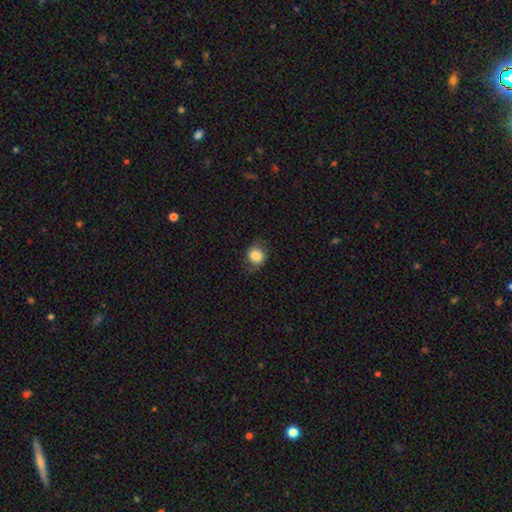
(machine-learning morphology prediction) Q: Smooth or featured?
A: smooth (81%); runner-up: featured or disk (10%)
Q: How rounded?
A: round (73%); runner-up: in between (26%)
Q: Merging?
A: none (74%); runner-up: minor disturbance (18%)